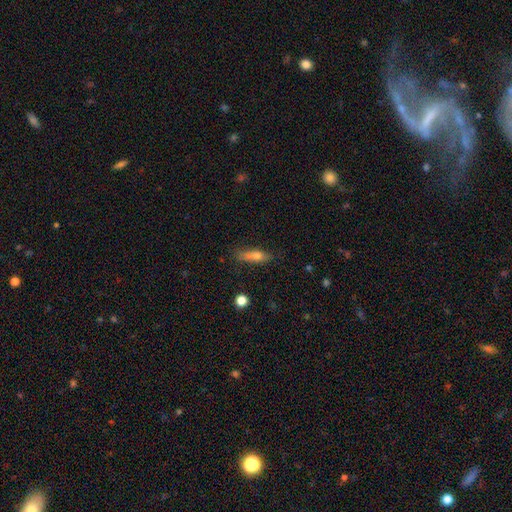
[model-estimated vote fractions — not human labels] smooth_or_featured: smooth (p=0.64) [alt: featured or disk p=0.26]
how_rounded: cigar-shaped (p=0.65) [alt: in between p=0.31]
merging: none (p=0.72) [alt: minor disturbance p=0.21]